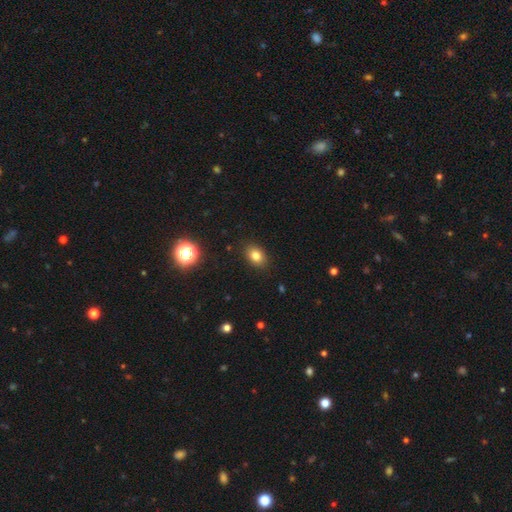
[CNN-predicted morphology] Smooth or featured?
  - smooth: 81% *
  - star or artifact: 12%
  - featured or disk: 7%
How rounded?
  - in between: 72% *
  - round: 27%
  - cigar-shaped: 1%
Merging?
  - none: 88% *
  - minor disturbance: 8%
  - major disturbance: 2%
  - merger: 1%